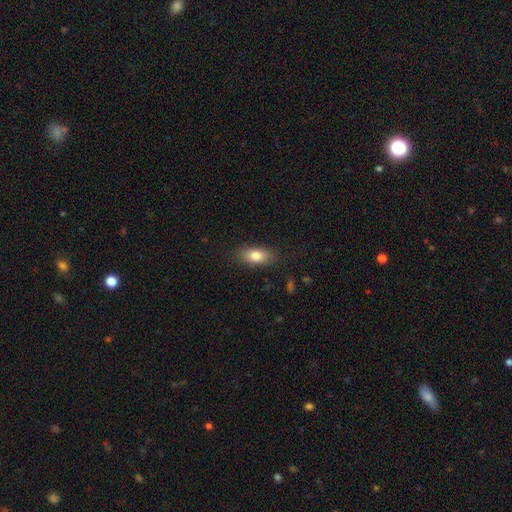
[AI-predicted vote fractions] Q: Smooth or featured?
A: smooth (80%); runner-up: featured or disk (12%)
Q: How rounded?
A: in between (86%); runner-up: cigar-shaped (8%)
Q: Merging?
A: none (84%); runner-up: minor disturbance (12%)